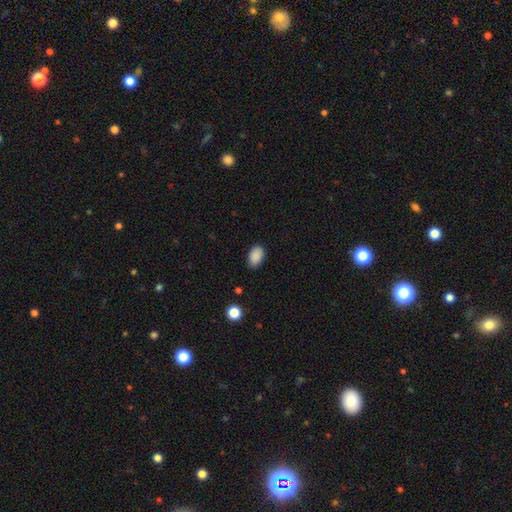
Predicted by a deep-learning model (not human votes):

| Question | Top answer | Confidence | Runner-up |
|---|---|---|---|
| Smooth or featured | smooth | 89% | star or artifact (8%) |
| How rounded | in between | 88% | round (11%) |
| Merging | none | 77% | minor disturbance (18%) |